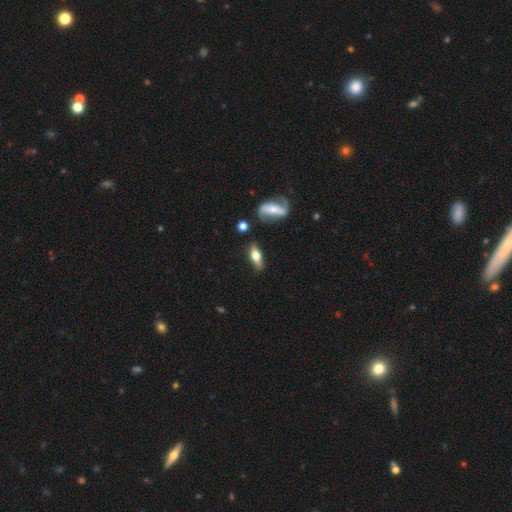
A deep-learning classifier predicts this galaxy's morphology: Smooth or featured? Predicted: smooth (p=0.51). How rounded? Predicted: in between (p=0.63). Merging? Predicted: none (p=0.76).